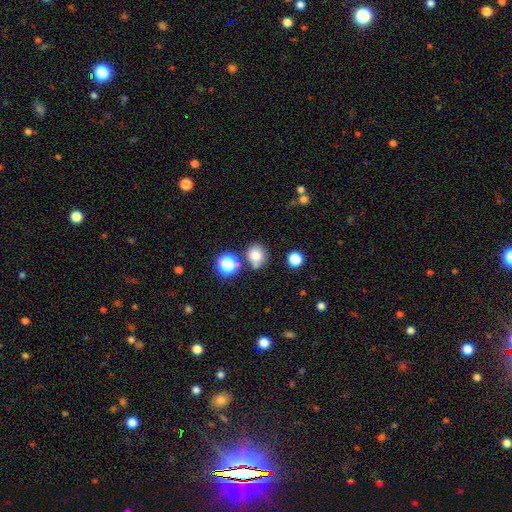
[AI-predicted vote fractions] Smooth or featured: smooth — 76% (star or artifact — 15%)
How rounded: round — 81% (in between — 18%)
Merging: none — 69% (merger — 16%)